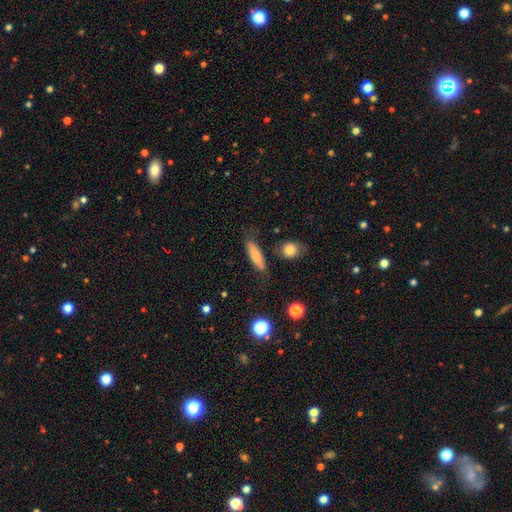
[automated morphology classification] A smooth galaxy with no disk features (78%) that is cigar-shaped (63%).

Vote fractions:
- Smooth or featured? smooth: 78% / featured or disk: 14% / star or artifact: 8%
- How rounded? cigar-shaped: 63% / in between: 34% / round: 3%
- Merging? none: 76% / minor disturbance: 15% / major disturbance: 4% / merger: 4%